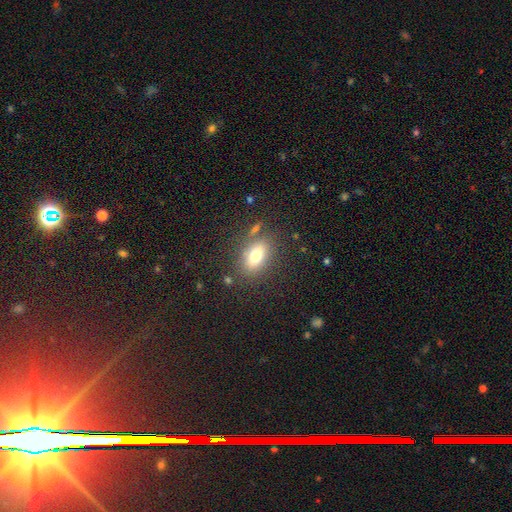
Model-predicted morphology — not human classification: type=smooth (73%); roundness=in between (82%); merging=none (77%).